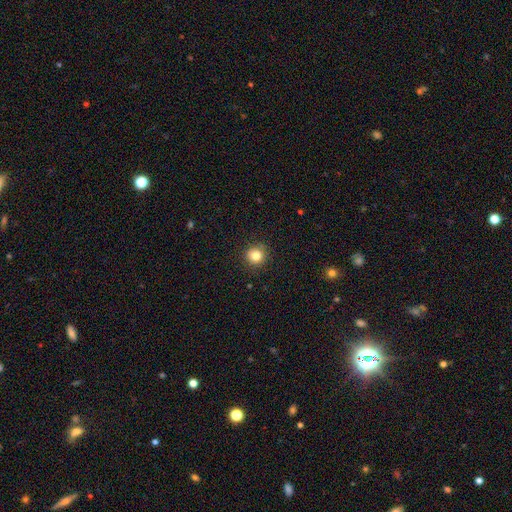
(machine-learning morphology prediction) Overall: smooth (82%). How rounded: round (93%). Merging: none (90%).